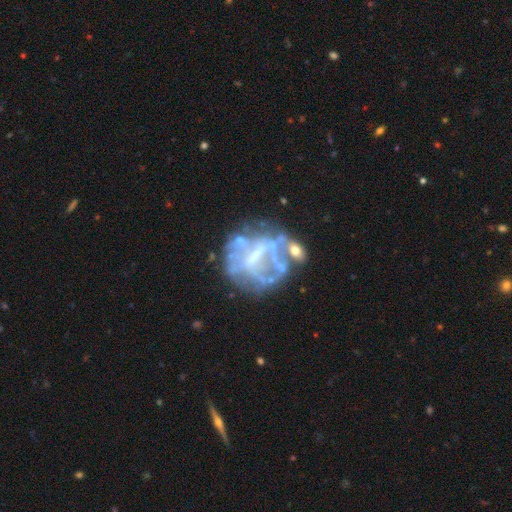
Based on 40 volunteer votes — Volunteers were most divided on "bar": weak: 44%, no: 34%, strong: 22%. Remaining: edge-on disk — no (100%); spiral arms — no (91%); smooth or featured — featured or disk (80%); bulge size — none (56%); merging — none (38%).